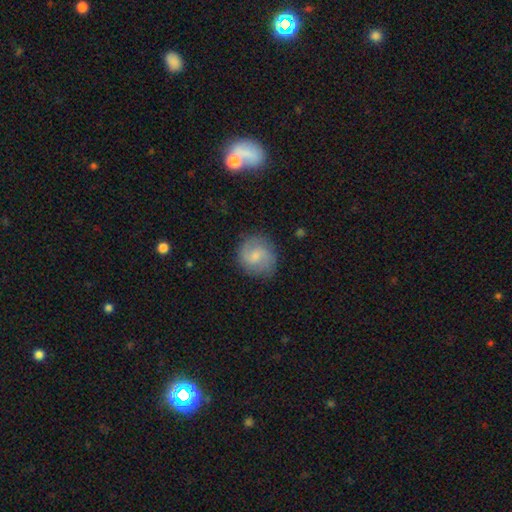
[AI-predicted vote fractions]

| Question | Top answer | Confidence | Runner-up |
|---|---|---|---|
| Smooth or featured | featured or disk | 57% | smooth (36%) |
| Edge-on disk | no | 98% | yes (2%) |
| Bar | weak | 50% | no (43%) |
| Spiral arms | yes | 92% | no (8%) |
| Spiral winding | medium | 49% | loose (27%) |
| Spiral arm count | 2 | 83% | can't tell (9%) |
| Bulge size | small | 55% | moderate (32%) |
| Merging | none | 82% | minor disturbance (13%) |